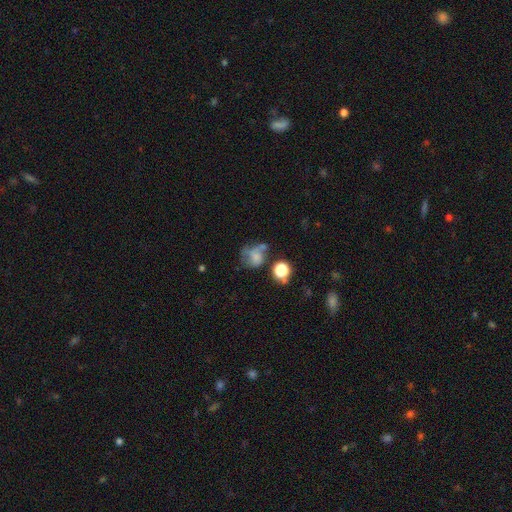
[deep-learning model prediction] This is possibly a smooth galaxy (55%). How rounded: possibly round (57%). Merging: marginally major disturbance (32%).